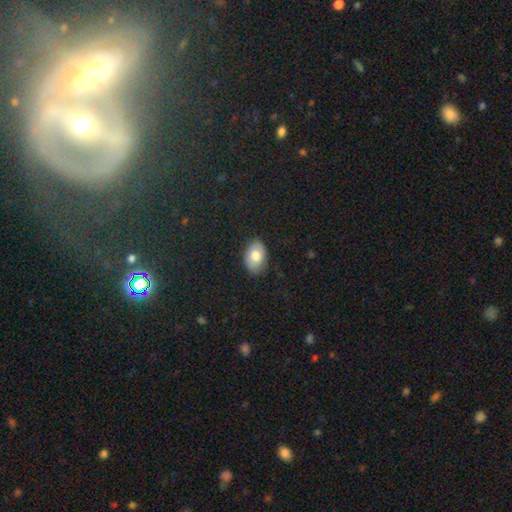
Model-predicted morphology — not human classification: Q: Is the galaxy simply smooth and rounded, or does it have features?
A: smooth — 76%.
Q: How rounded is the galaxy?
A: in between — 88%.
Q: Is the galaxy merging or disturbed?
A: none — 84%.